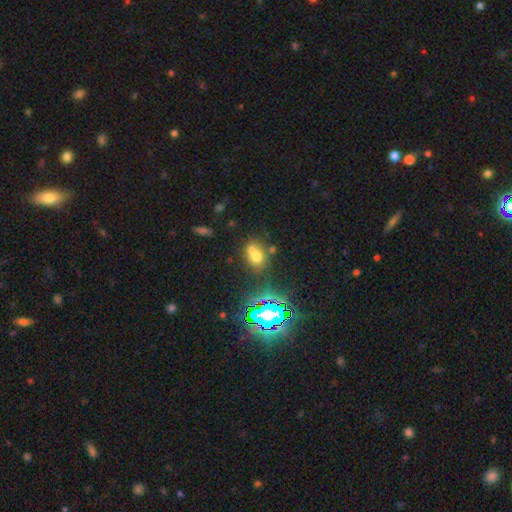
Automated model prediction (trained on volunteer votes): This appears to be a smooth galaxy with no disk features (60%) that is in between round and cigar-shaped (59%). Merging: none (43%).